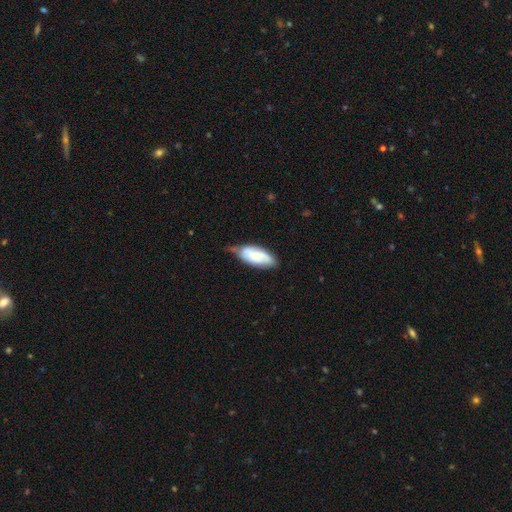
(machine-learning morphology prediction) type=smooth (57%); roundness=in between (84%); merging=none (48%).